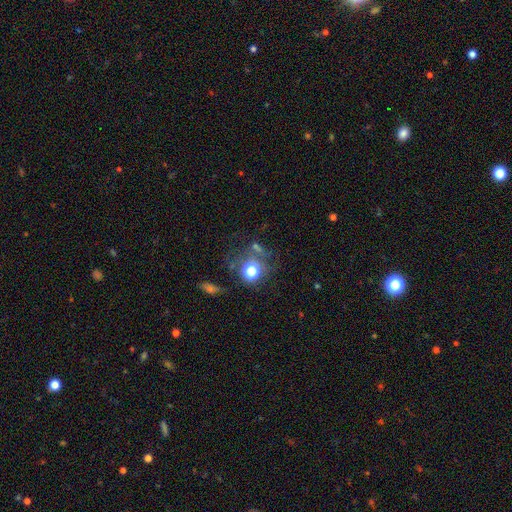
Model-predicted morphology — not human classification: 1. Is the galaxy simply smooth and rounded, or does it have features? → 48% star or artifact, 38% smooth, 14% featured or disk.